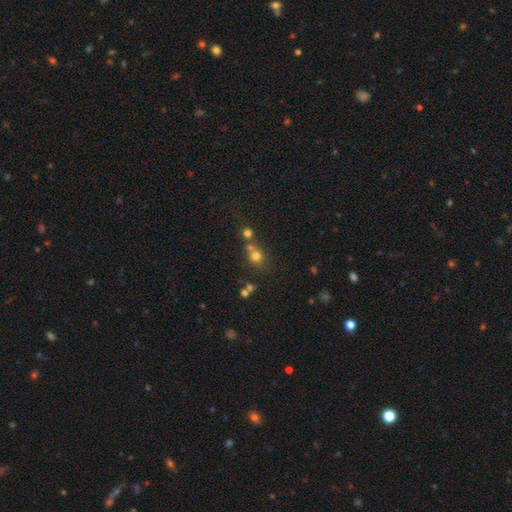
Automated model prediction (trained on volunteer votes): smooth-or-featured: smooth: 71% | star or artifact: 19% | featured or disk: 11%
  how-rounded: round: 84% | in between: 15% | cigar-shaped: 1%
  merging: none: 53% | merger: 34% | minor disturbance: 8% | major disturbance: 4%